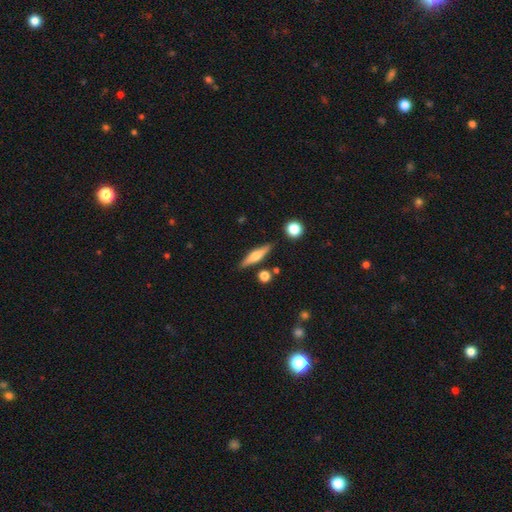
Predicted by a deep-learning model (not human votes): This appears to be a featured or disk galaxy (53%) viewed edge-on (95%). Merging: none (84%).